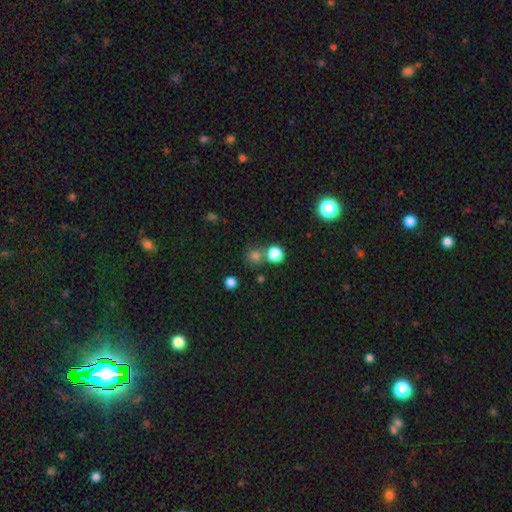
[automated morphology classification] Overall: smooth (75%). How rounded: round (90%). Merging: none (69%).